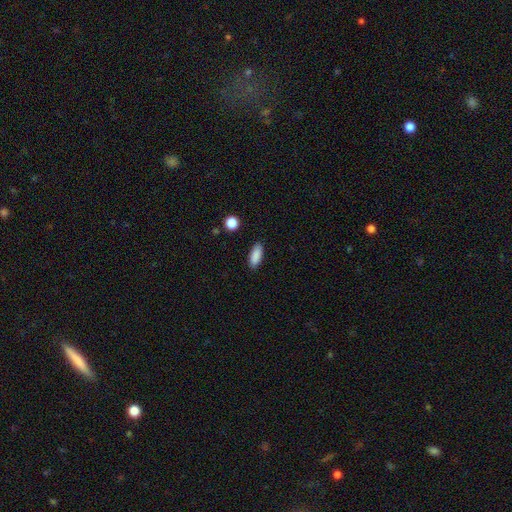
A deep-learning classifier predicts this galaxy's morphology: Smooth or featured? Predicted: smooth (p=0.89). How rounded? Predicted: in between (p=0.77). Merging? Predicted: none (p=0.87).